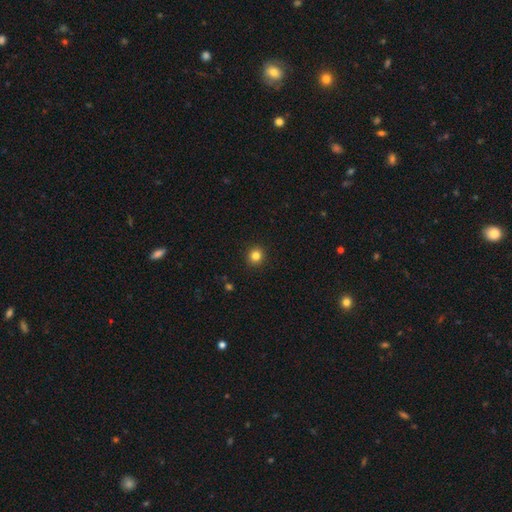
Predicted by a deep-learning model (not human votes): Overall: smooth (83%). How rounded: round (91%). Merging: none (92%).